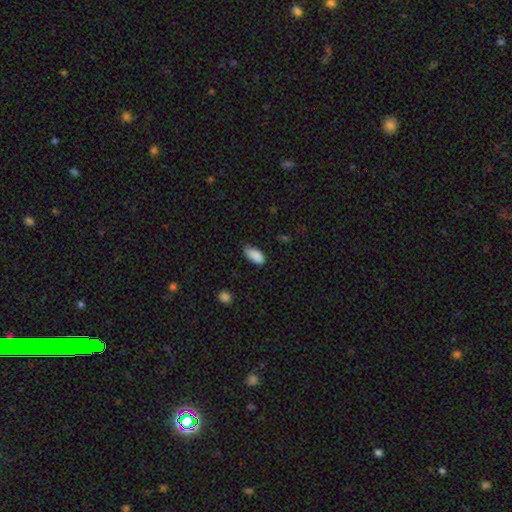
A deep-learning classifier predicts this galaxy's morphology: Smooth or featured: smooth — 88% (star or artifact — 7%)
How rounded: in between — 93% (cigar-shaped — 5%)
Merging: none — 63% (minor disturbance — 31%)